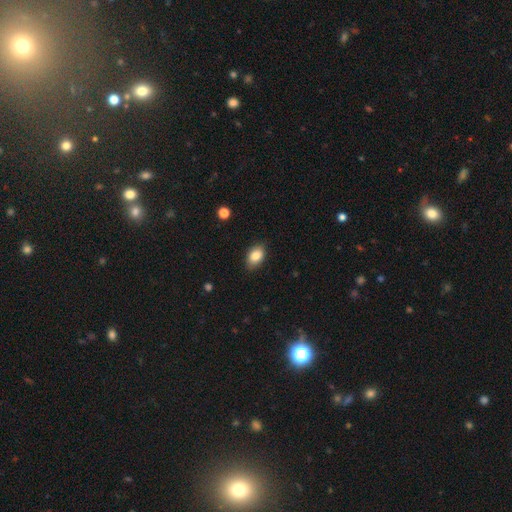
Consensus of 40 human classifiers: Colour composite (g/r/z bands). It shows a smooth galaxy with no disk features (90%) that is in between round and cigar-shaped (92%). Merging: none (81%).